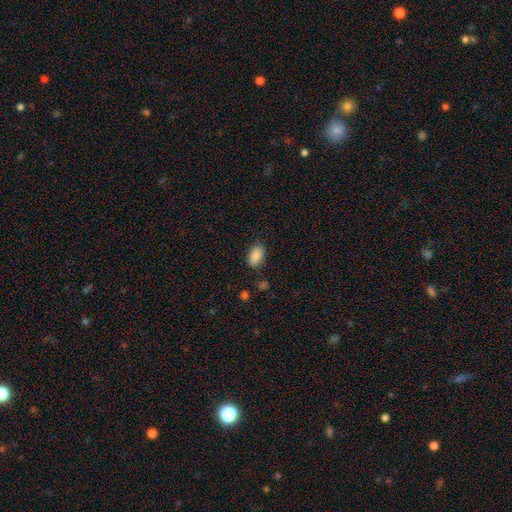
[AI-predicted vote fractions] smooth 89%, star or artifact 8%, featured or disk 4%. Down the decision tree: how rounded — in between (89%); merging — none (81%).